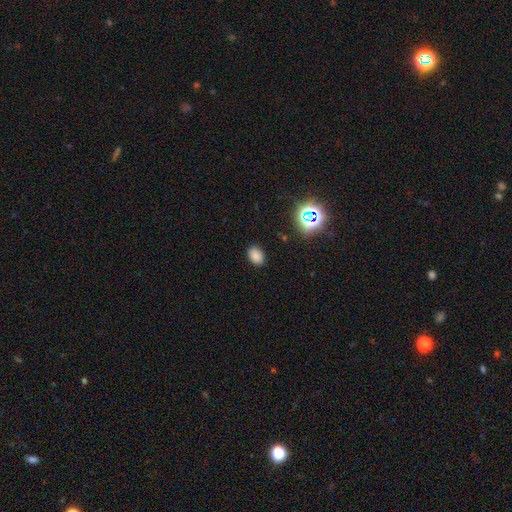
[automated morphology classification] smooth_or_featured: smooth (p=0.80) [alt: star or artifact p=0.16]
how_rounded: in between (p=0.79) [alt: round p=0.20]
merging: none (p=0.87) [alt: minor disturbance p=0.09]